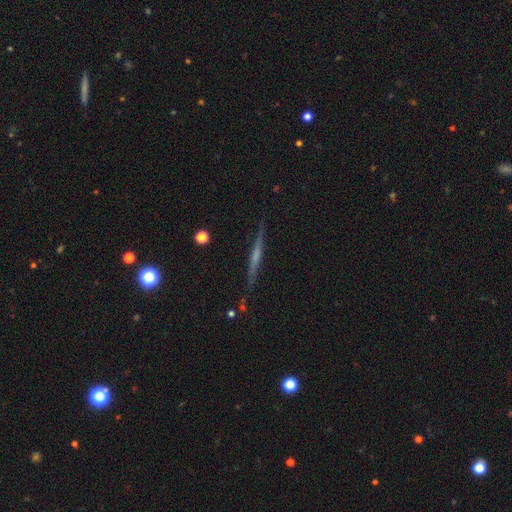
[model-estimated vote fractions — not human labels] This appears to be a featured or disk galaxy (70%) viewed edge-on (97%) with a rounded central bulge (43%). Merging: none (87%).